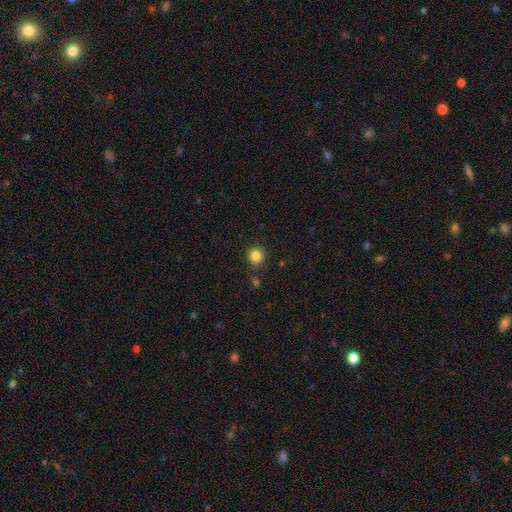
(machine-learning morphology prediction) The model was most divided on "smooth or featured": smooth: 84%, star or artifact: 11%, featured or disk: 4%. More confident: merging — none (88%); how rounded — round (87%).